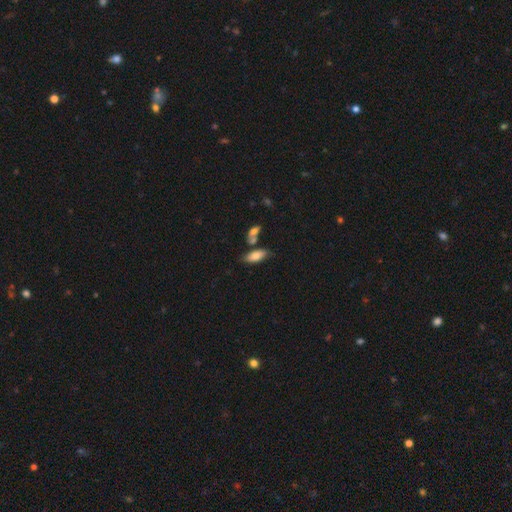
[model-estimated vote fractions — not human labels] The model was most divided on "merging": none: 55%, merger: 21%, minor disturbance: 19%, major disturbance: 6%. More confident: how rounded — in between (84%); smooth or featured — smooth (78%).